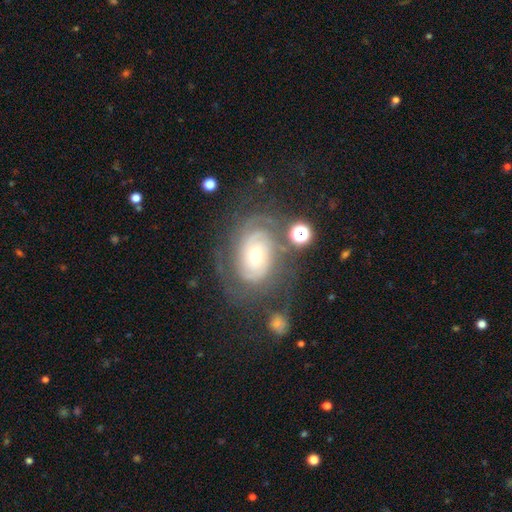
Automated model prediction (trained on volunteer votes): Smooth or featured: featured or disk — 81% (smooth — 11%)
Edge-on disk: no — 96% (yes — 4%)
Bar: no — 73% (weak — 21%)
Spiral arms: yes — 93% (no — 7%)
Spiral winding: tight — 68% (medium — 25%)
Spiral arm count: can't tell — 36% (2 — 33%)
Bulge size: moderate — 57% (small — 35%)
Merging: none — 61% (minor disturbance — 18%)